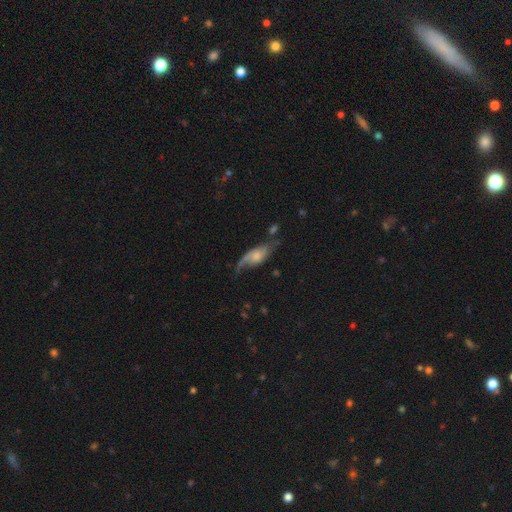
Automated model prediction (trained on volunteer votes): smooth_or_featured: featured or disk (p=0.62) [alt: smooth p=0.31]
disk_edge_on: no (p=0.84) [alt: yes p=0.16]
bar: no (p=0.69) [alt: weak p=0.26]
has_spiral_arms: yes (p=0.85) [alt: no p=0.15]
bulge_size: moderate (p=0.38) [alt: small p=0.37]
merging: none (p=0.44) [alt: minor disturbance p=0.29]